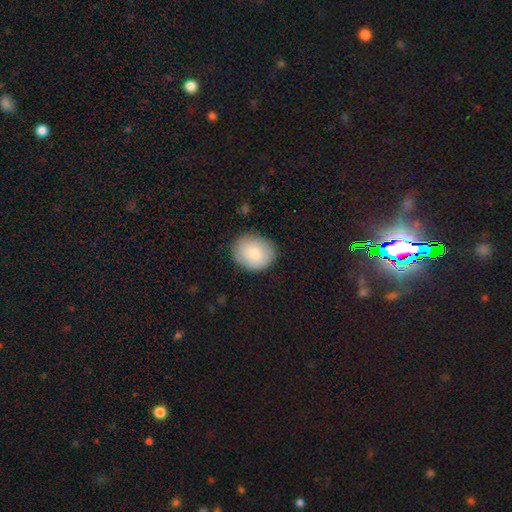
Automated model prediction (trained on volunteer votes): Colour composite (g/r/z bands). It shows a smooth galaxy with no disk features (83%) that is round (68%). Merging: none (84%).